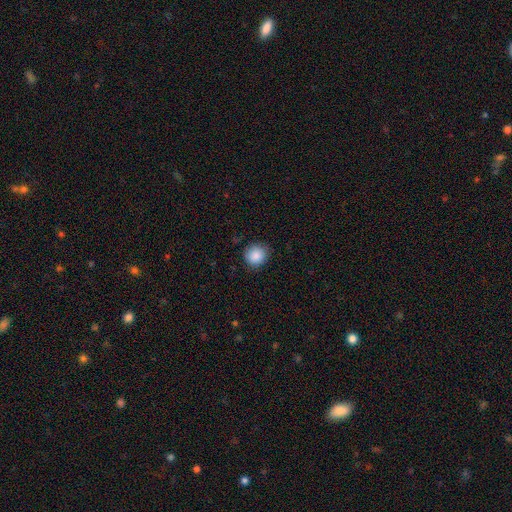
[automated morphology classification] Smooth or featured? smooth (88%)
How rounded? round (90%)
Merging? none (86%)